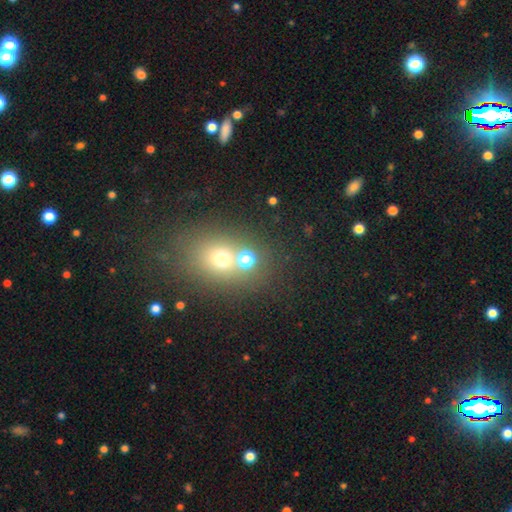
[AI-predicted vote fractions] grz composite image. It shows a smooth galaxy with no disk features (53%) that is round (55%). Merging: none (56%).